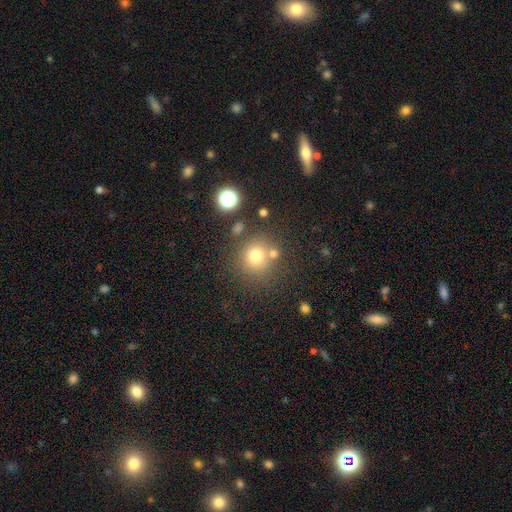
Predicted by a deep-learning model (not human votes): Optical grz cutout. It shows a smooth galaxy with no disk features (73%) that is round (91%). Merging: none (74%).